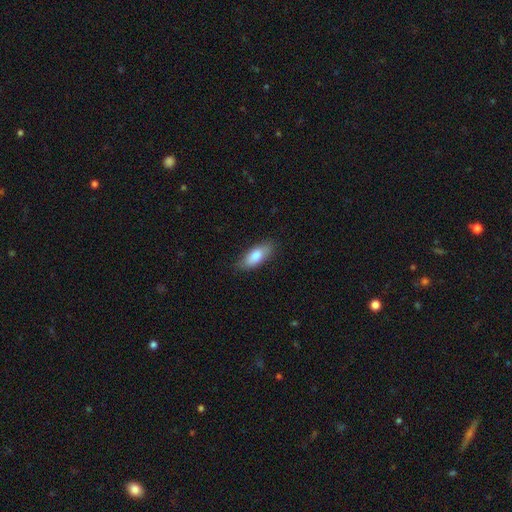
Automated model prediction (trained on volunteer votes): Smooth or featured? smooth (80%)
How rounded? in between (77%)
Merging? none (81%)